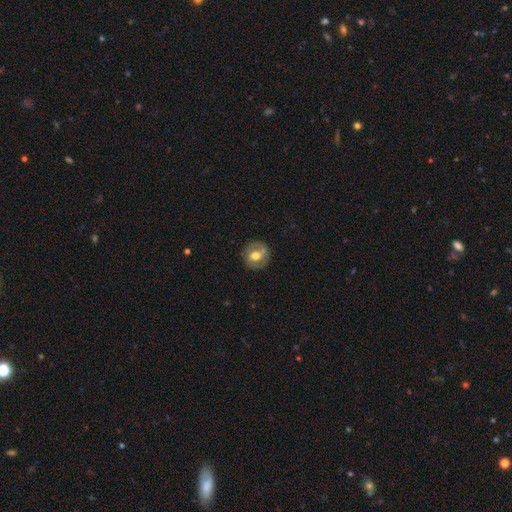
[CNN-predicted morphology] Overall: featured or disk (49%; smooth 44%). Merging: none (80%).